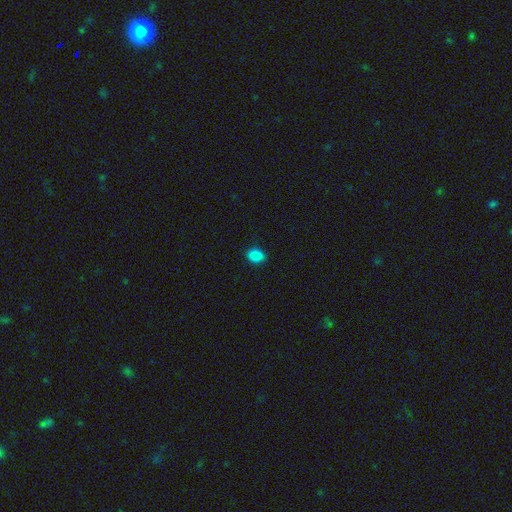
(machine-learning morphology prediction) The model was most divided on "how rounded": in between: 71%, round: 27%, cigar-shaped: 1%. More confident: merging — none (89%); smooth or featured — smooth (87%).